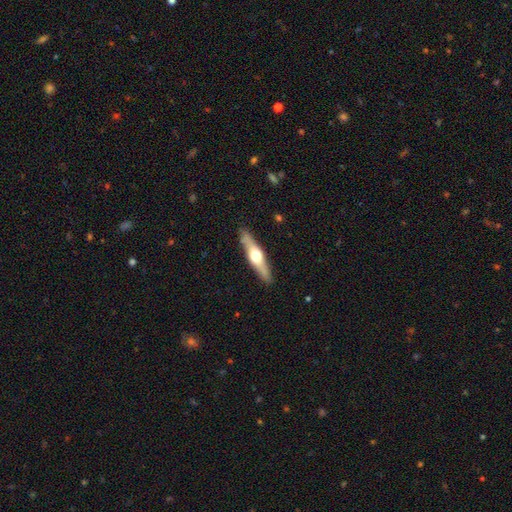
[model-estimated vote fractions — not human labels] Smooth or featured: featured or disk — 60% (smooth — 35%)
Edge-on disk: yes — 93% (no — 7%)
Edge-on bulge: rounded — 94% (boxy — 4%)
Merging: none — 89% (minor disturbance — 8%)